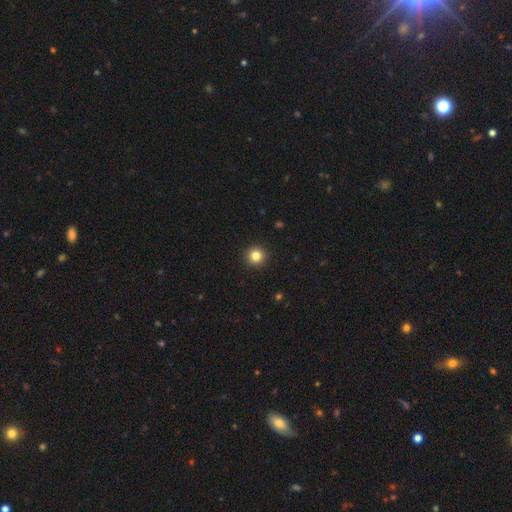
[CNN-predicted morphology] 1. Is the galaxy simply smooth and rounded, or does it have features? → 83% smooth, 12% star or artifact, 5% featured or disk.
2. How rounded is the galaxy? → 96% round, 3% in between, 1% cigar-shaped.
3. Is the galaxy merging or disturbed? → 93% none, 4% minor disturbance, 2% major disturbance, 1% merger.